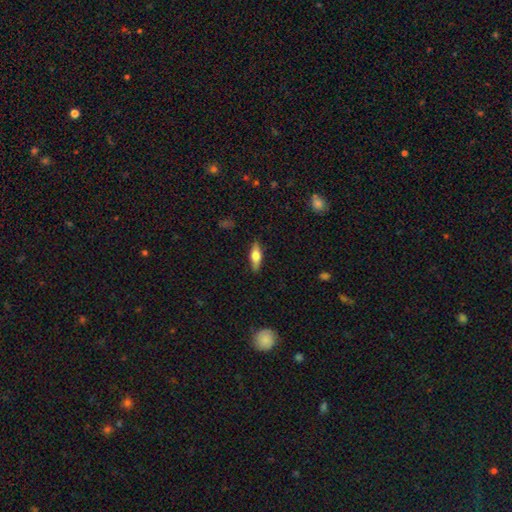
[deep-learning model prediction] A smooth galaxy with no disk features (60%) that is in between round and cigar-shaped (58%).

Vote fractions:
- Smooth or featured? smooth: 60% / featured or disk: 34% / star or artifact: 7%
- How rounded? in between: 58% / cigar-shaped: 39% / round: 3%
- Merging? none: 86% / minor disturbance: 10% / major disturbance: 2% / merger: 1%